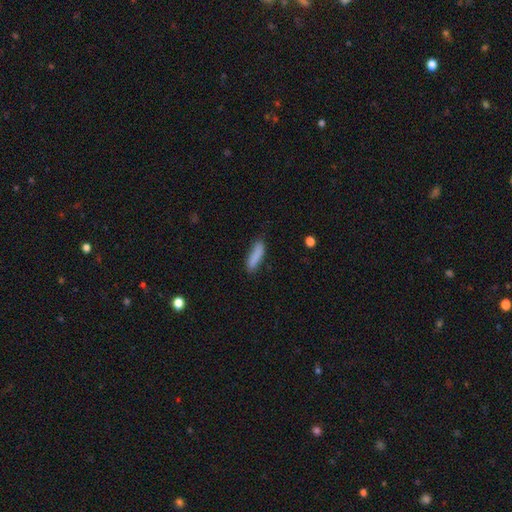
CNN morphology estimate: smooth_or_featured: smooth (p=0.86) [alt: featured or disk p=0.07]
how_rounded: cigar-shaped (p=0.68) [alt: in between p=0.30]
merging: none (p=0.78) [alt: minor disturbance p=0.17]